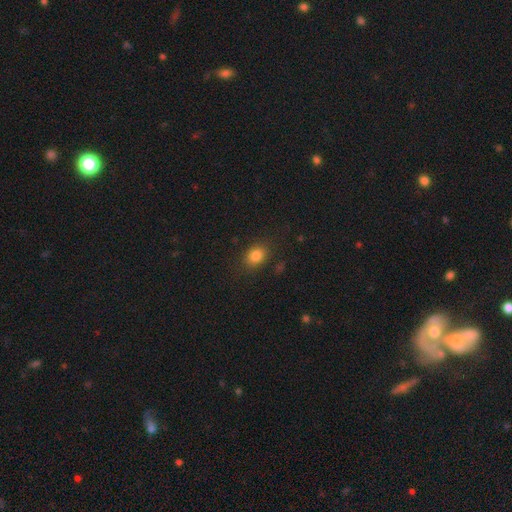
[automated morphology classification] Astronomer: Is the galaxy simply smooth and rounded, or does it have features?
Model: smooth — 82%.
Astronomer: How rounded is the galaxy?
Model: in between — 60% (runner-up: round, 38%).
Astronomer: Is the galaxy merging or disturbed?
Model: none — 82%.